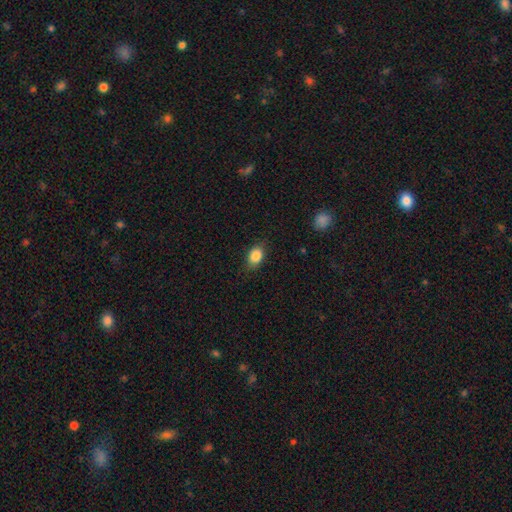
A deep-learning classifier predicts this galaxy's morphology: A smooth galaxy with no disk features (86%) that is in between round and cigar-shaped (77%). Merging: none (82%).